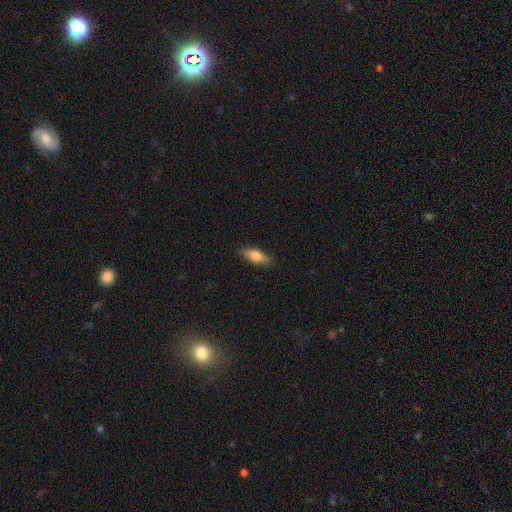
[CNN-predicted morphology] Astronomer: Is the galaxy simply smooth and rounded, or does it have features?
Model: smooth — 75%.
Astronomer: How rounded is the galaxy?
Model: in between — 69%.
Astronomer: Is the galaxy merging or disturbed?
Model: none — 86%.